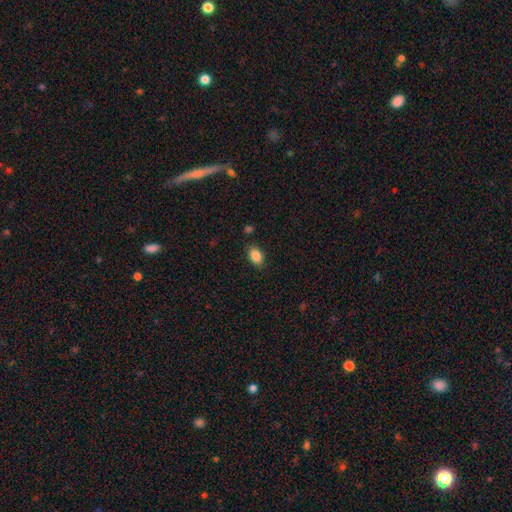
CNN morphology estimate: The model was most divided on "how rounded": in between: 82%, round: 16%, cigar-shaped: 1%. More confident: smooth or featured — smooth (87%); merging — none (84%).